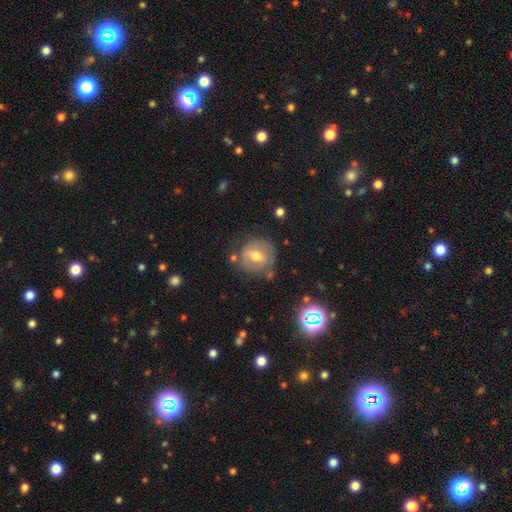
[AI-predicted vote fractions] This appears to be a smooth galaxy with no disk features (49%). Merging: none (68%).